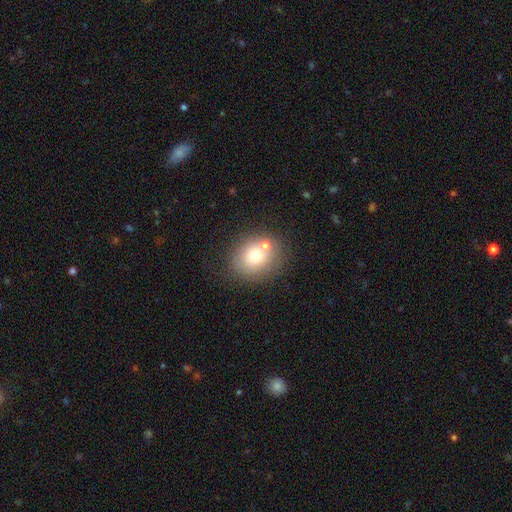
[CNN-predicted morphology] Q: Smooth or featured?
A: smooth (70%); runner-up: featured or disk (18%)
Q: How rounded?
A: round (64%); runner-up: in between (35%)
Q: Merging?
A: none (62%); runner-up: merger (22%)